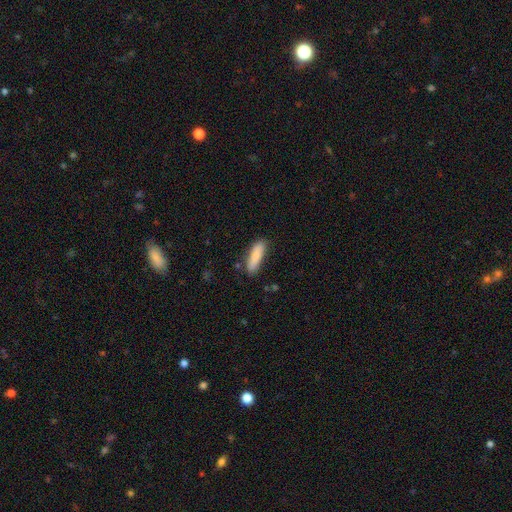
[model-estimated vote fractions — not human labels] Smooth or featured?
  - smooth: 85% *
  - featured or disk: 9%
  - star or artifact: 6%
How rounded?
  - cigar-shaped: 58% *
  - in between: 40%
  - round: 2%
Merging?
  - none: 81% *
  - minor disturbance: 14%
  - major disturbance: 3%
  - merger: 2%